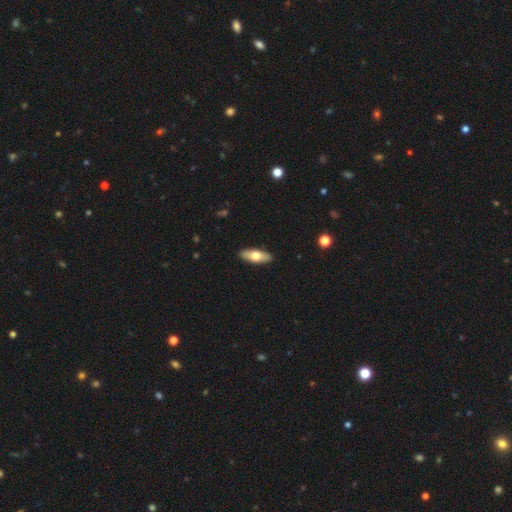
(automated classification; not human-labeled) A smooth galaxy with no disk features (65%) that is in between round and cigar-shaped (71%). Merging: none (90%).